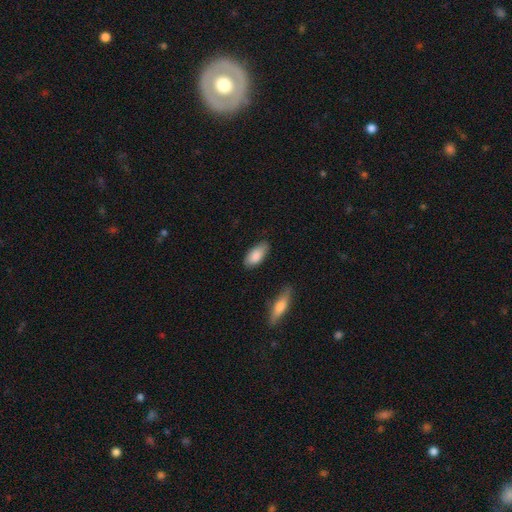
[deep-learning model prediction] Overall: smooth (86%). How rounded: in between (89%). Merging: none (78%).